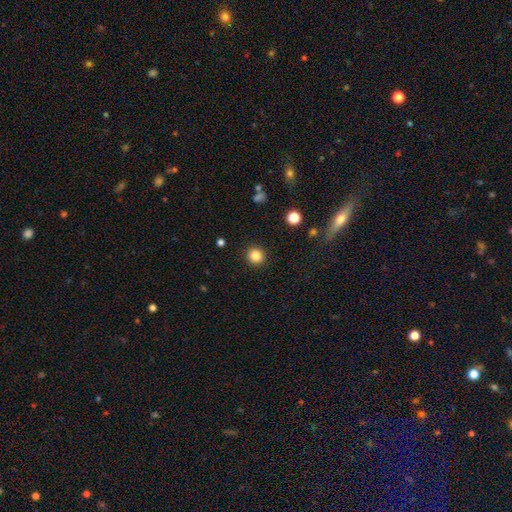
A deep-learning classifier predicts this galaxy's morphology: Smooth or featured: smooth — 84% (star or artifact — 11%)
How rounded: round — 91% (in between — 8%)
Merging: none — 92% (minor disturbance — 5%)